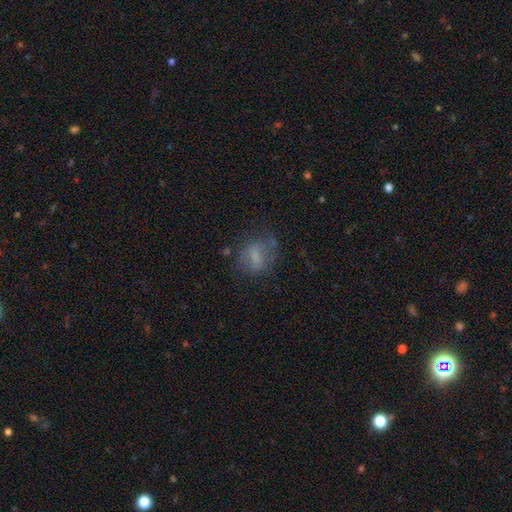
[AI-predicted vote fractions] Smooth or featured: smooth — 58% (featured or disk — 30%)
How rounded: in between — 54% (round — 43%)
Merging: none — 59% (minor disturbance — 22%)